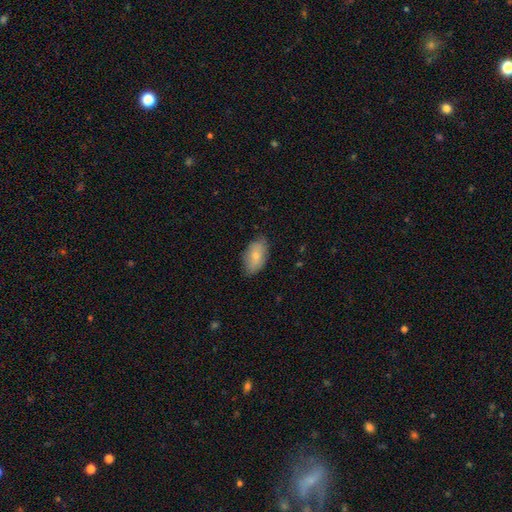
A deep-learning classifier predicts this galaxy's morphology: Smooth or featured: smooth — 76% (featured or disk — 18%)
How rounded: in between — 93% (round — 5%)
Merging: none — 77% (minor disturbance — 19%)